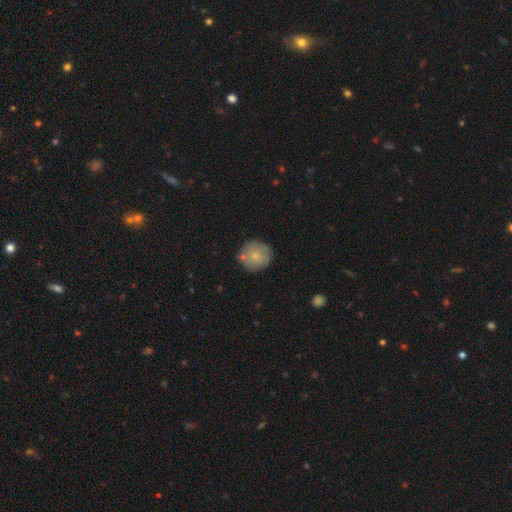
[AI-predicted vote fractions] smooth_or_featured: smooth (p=0.72) [alt: featured or disk p=0.21]
how_rounded: round (p=0.92) [alt: in between p=0.07]
merging: none (p=0.76) [alt: minor disturbance p=0.14]